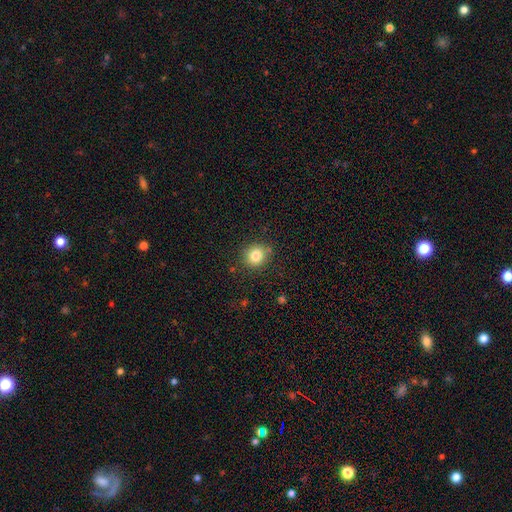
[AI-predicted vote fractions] Q: Smooth or featured?
A: smooth (81%); runner-up: star or artifact (11%)
Q: How rounded?
A: round (86%); runner-up: in between (13%)
Q: Merging?
A: none (84%); runner-up: minor disturbance (10%)